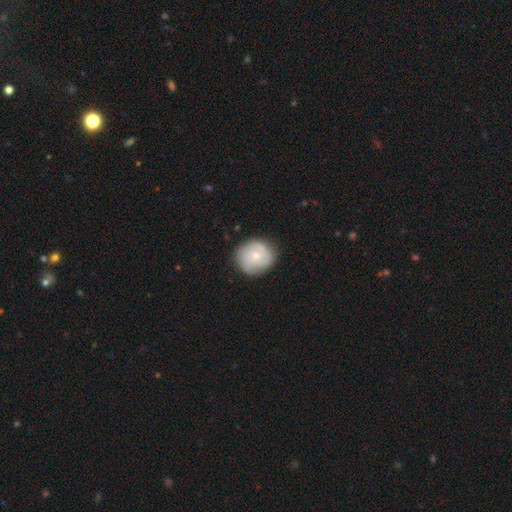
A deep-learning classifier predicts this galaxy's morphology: This appears to be a smooth galaxy with no disk features (54%) that is round (86%). Merging: none (80%).